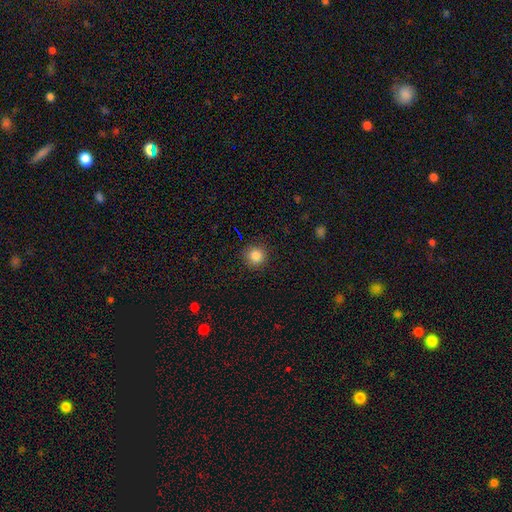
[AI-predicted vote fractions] Smooth or featured? smooth (85%)
How rounded? round (94%)
Merging? none (90%)